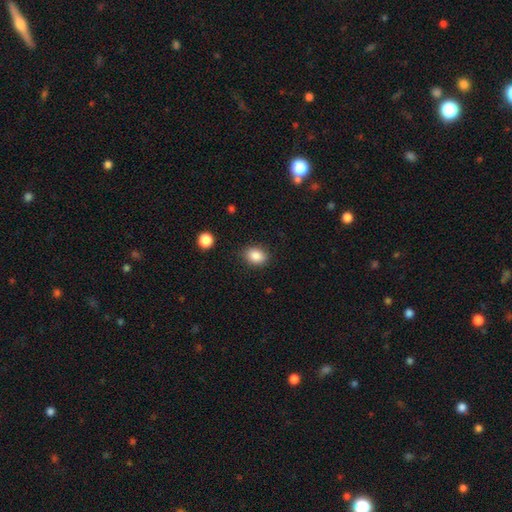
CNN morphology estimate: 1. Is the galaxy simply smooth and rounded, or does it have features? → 87% smooth, 9% star or artifact, 4% featured or disk.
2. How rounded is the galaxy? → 68% in between, 31% round, 1% cigar-shaped.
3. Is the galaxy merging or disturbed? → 85% none, 10% minor disturbance, 3% major disturbance, 1% merger.